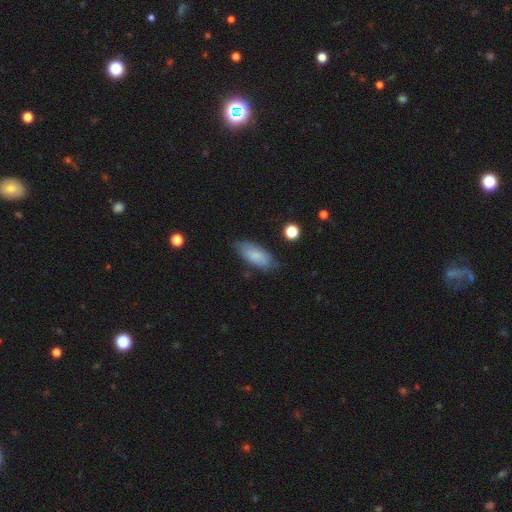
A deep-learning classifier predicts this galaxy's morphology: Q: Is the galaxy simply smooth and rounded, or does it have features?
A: smooth — 77%.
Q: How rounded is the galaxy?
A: in between — 84%.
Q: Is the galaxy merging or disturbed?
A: none — 73%.